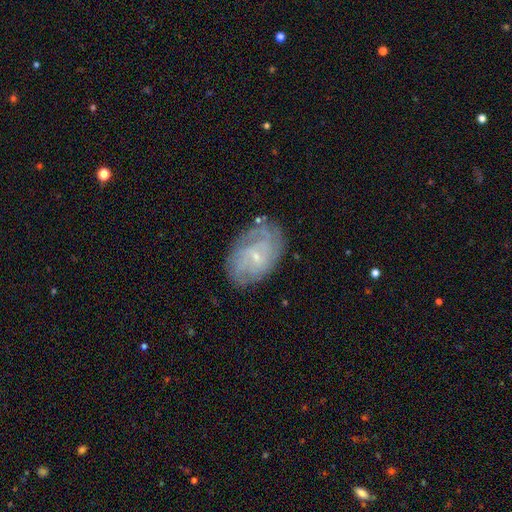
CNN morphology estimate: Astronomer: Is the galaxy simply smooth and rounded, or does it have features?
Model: featured or disk — 74%.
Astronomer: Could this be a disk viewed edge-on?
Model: no — 96%.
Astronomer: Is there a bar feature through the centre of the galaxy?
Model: no — 60%.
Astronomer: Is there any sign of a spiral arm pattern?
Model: yes — 89%.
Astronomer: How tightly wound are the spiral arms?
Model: tight — 60%.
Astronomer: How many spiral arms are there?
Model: can't tell — 47%.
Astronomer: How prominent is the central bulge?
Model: small — 80%.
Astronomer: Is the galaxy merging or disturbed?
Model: none — 74%.